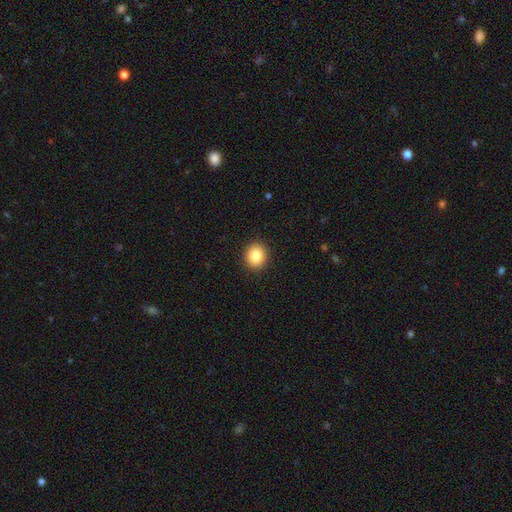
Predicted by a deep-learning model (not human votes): This appears to be a smooth galaxy with no disk features (87%) that is round (76%). Merging: none (91%).